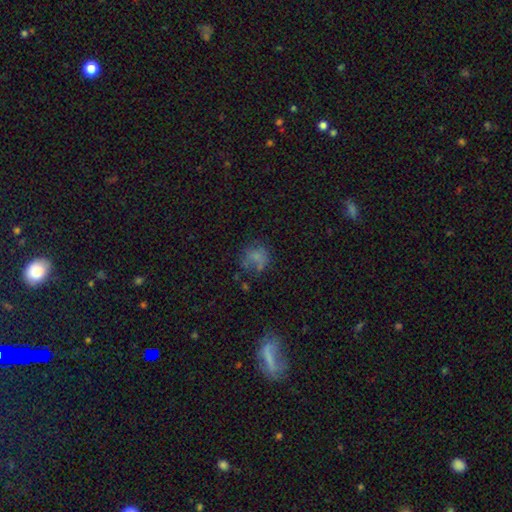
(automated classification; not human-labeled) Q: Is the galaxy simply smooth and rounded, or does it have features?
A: smooth — 58%.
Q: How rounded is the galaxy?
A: round — 64%.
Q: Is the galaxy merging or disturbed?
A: none — 44%.